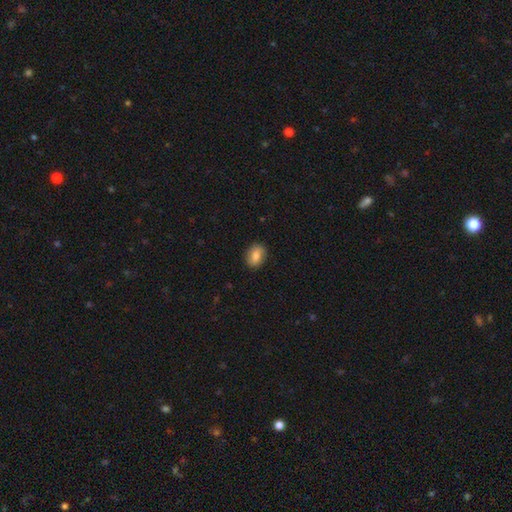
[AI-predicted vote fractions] This is likely a smooth galaxy (78%). How rounded: likely in between (70%). Merging: clearly none (87%).